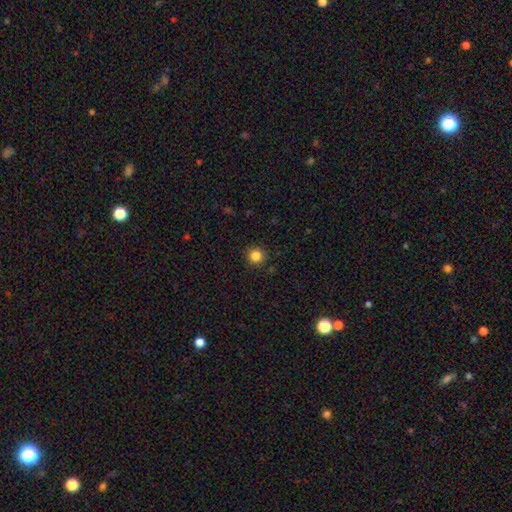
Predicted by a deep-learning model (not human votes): Smooth or featured? smooth (84%)
How rounded? round (95%)
Merging? none (92%)